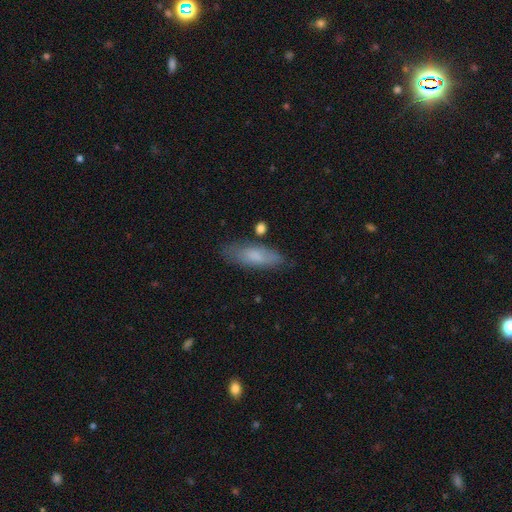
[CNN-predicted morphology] Smooth or featured? smooth (74%)
How rounded? in between (57%)
Merging? none (74%)